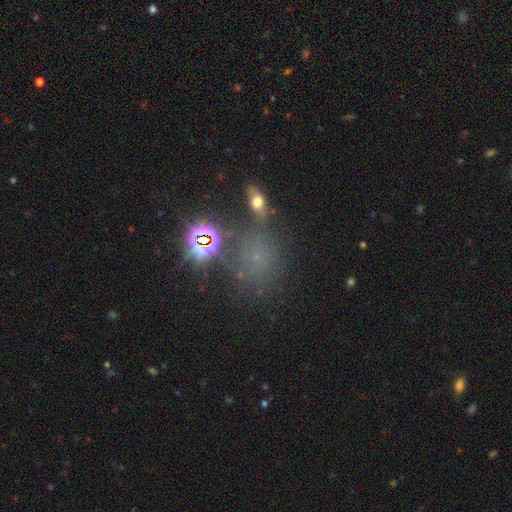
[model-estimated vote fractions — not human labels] smooth-or-featured: star or artifact: 50% | smooth: 39% | featured or disk: 12%